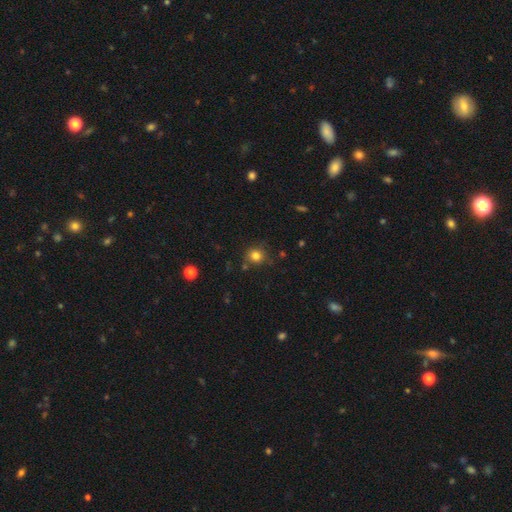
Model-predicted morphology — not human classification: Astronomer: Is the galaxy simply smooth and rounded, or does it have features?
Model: smooth — 81%.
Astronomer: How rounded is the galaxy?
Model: round — 89%.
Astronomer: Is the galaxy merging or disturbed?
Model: none — 78%.